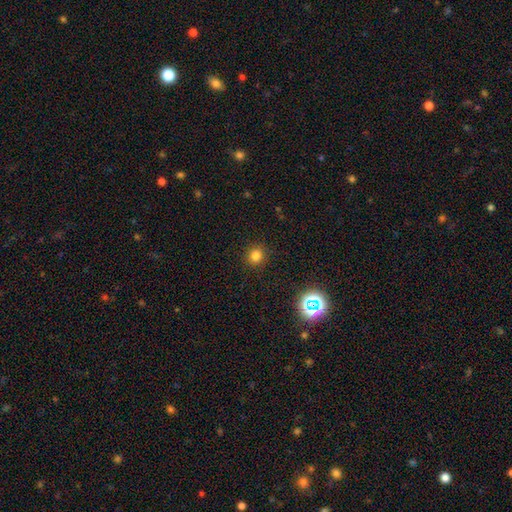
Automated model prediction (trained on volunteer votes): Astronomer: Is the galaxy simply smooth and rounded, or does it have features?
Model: smooth — 78%.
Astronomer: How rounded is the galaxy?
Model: round — 90%.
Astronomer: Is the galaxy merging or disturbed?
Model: none — 90%.